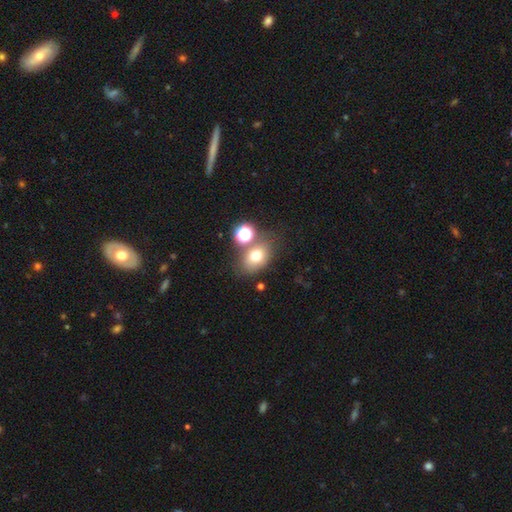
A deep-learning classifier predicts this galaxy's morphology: smooth 72%, star or artifact 14%, featured or disk 14%. Down the decision tree: how rounded — in between (69%); merging — none (60%).